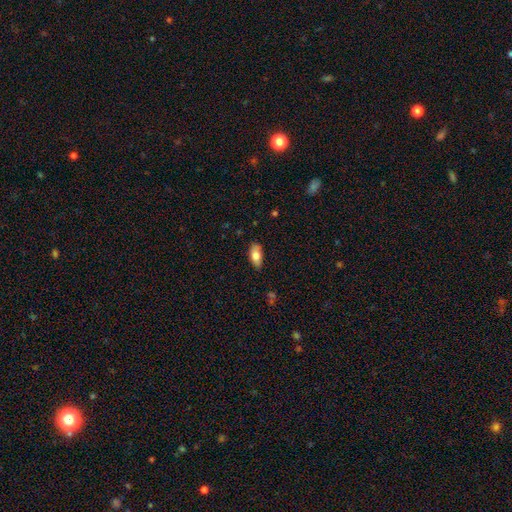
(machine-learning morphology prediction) Smooth or featured: smooth — 78% (featured or disk — 15%)
How rounded: in between — 89% (cigar-shaped — 8%)
Merging: none — 80% (minor disturbance — 16%)